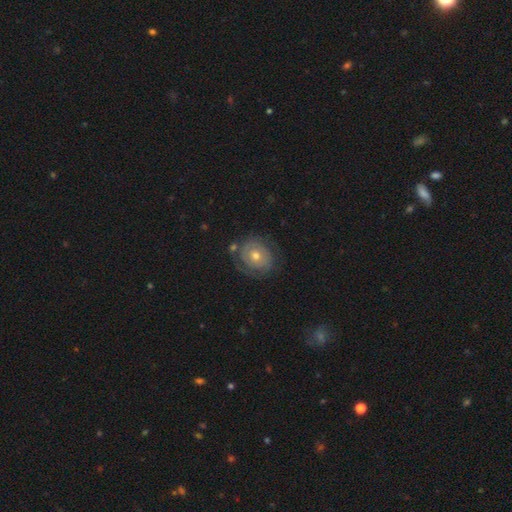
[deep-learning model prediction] Smooth or featured: featured or disk — 67% (smooth — 26%)
Edge-on disk: no — 97% (yes — 3%)
Bar: no — 83% (weak — 13%)
Spiral arms: yes — 67% (no — 33%)
Bulge size: moderate — 66% (small — 28%)
Merging: none — 67% (minor disturbance — 18%)